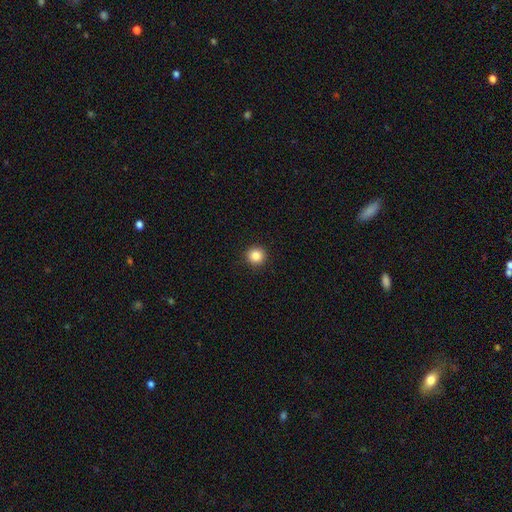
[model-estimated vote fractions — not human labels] smooth 85%, star or artifact 11%, featured or disk 4%. Down the decision tree: how rounded — round (95%); merging — none (93%).